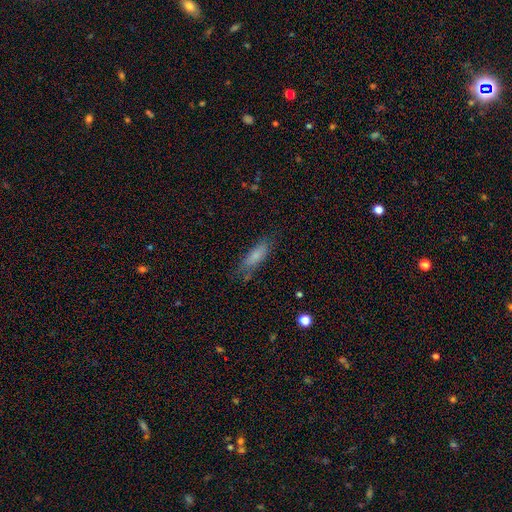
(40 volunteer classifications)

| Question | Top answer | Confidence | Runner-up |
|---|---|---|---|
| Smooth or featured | smooth | 85% | star or artifact (10%) |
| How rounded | in between | 59% | cigar-shaped (35%) |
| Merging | none | 61% | minor disturbance (31%) |